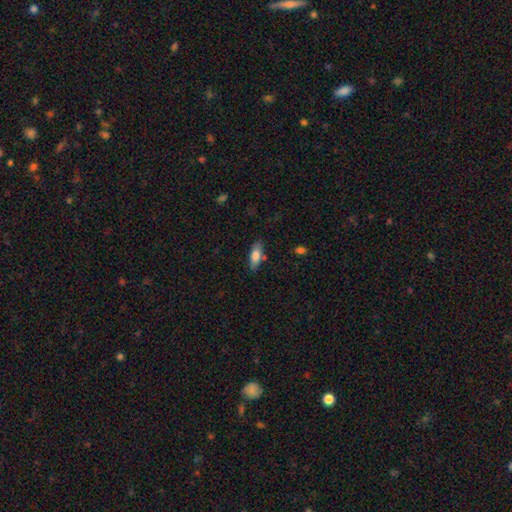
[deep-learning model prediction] Smooth or featured: smooth — 76% (featured or disk — 17%)
How rounded: in between — 70% (cigar-shaped — 27%)
Merging: none — 76% (minor disturbance — 16%)